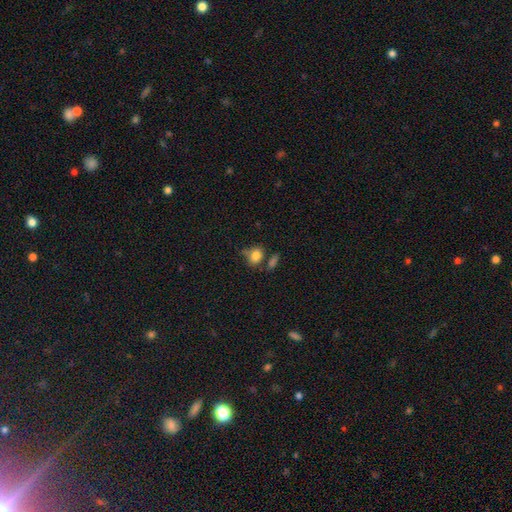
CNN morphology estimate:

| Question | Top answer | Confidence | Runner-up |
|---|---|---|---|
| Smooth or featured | smooth | 81% | star or artifact (10%) |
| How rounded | round | 49% | tied: in between (49%) |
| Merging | none | 56% | minor disturbance (21%) |